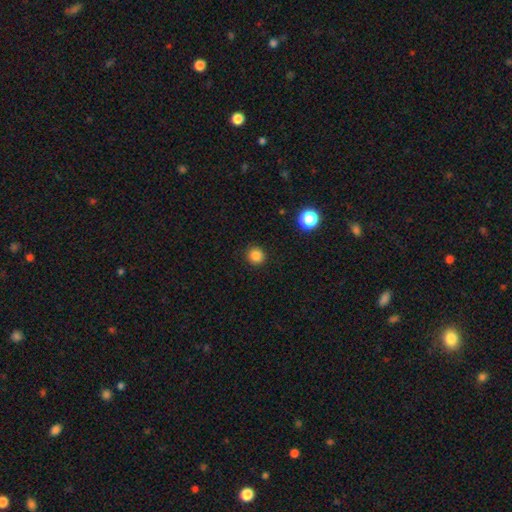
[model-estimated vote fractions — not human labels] smooth 85%, star or artifact 12%, featured or disk 3%. Down the decision tree: how rounded — round (92%); merging — none (92%).